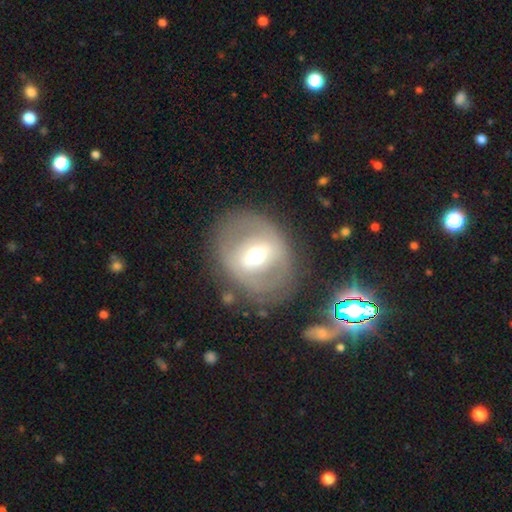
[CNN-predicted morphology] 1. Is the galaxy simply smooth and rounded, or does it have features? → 62% featured or disk, 30% smooth, 8% star or artifact.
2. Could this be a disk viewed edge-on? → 93% no, 7% yes.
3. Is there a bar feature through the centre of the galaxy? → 41% weak, 38% strong, 21% no.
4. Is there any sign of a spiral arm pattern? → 66% no, 34% yes.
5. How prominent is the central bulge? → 71% moderate, 14% large, 13% small, 1% dominant, 1% none.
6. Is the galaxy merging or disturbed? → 74% none, 14% minor disturbance, 9% major disturbance, 3% merger.